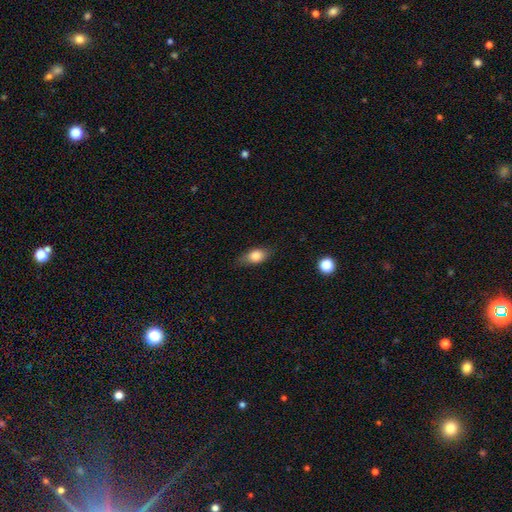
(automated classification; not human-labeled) smooth 78%, featured or disk 14%, star or artifact 8%. Down the decision tree: how rounded — in between (79%); merging — none (75%).